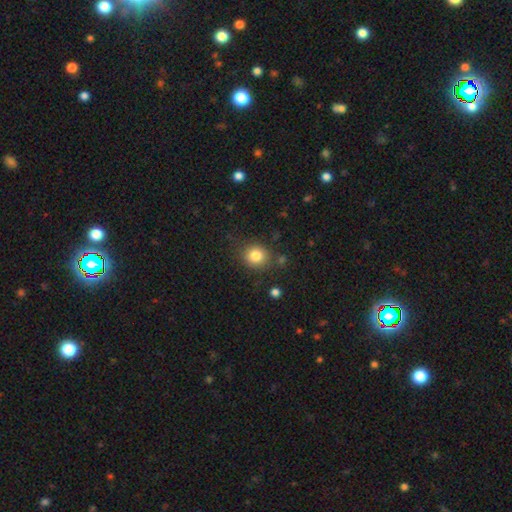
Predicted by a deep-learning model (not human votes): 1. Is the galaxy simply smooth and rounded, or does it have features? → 82% smooth, 11% star or artifact, 7% featured or disk.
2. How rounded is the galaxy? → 82% round, 17% in between, 1% cigar-shaped.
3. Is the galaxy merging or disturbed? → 81% none, 12% minor disturbance, 4% major disturbance, 4% merger.